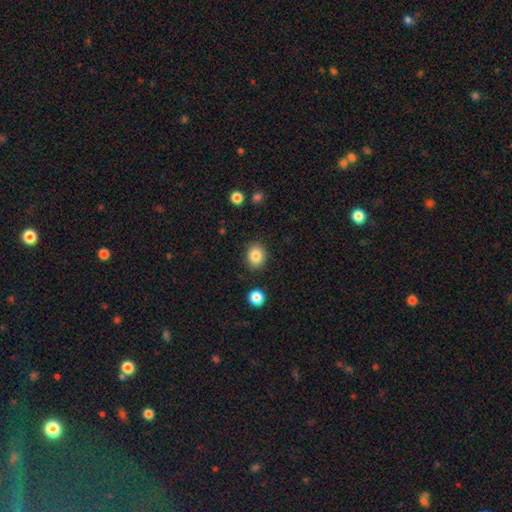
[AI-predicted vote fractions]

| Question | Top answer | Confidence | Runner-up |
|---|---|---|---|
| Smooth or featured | smooth | 85% | star or artifact (9%) |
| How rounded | round | 61% | in between (38%) |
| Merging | none | 86% | minor disturbance (9%) |